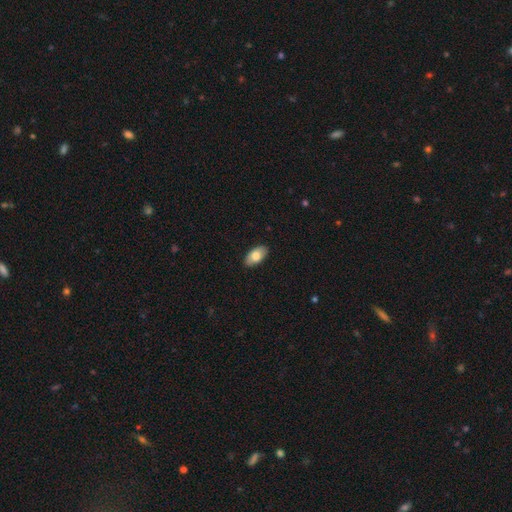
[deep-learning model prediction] Smooth or featured?
  - smooth: 80% *
  - featured or disk: 14%
  - star or artifact: 6%
How rounded?
  - in between: 94% *
  - cigar-shaped: 3%
  - round: 3%
Merging?
  - none: 88% *
  - minor disturbance: 9%
  - major disturbance: 2%
  - merger: 1%